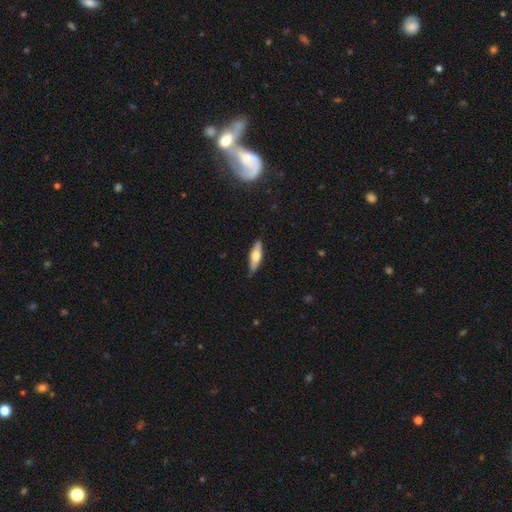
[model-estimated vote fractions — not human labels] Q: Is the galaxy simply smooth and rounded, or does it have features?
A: smooth — 51%.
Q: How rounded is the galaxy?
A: cigar-shaped — 58%.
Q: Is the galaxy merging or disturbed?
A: none — 85%.